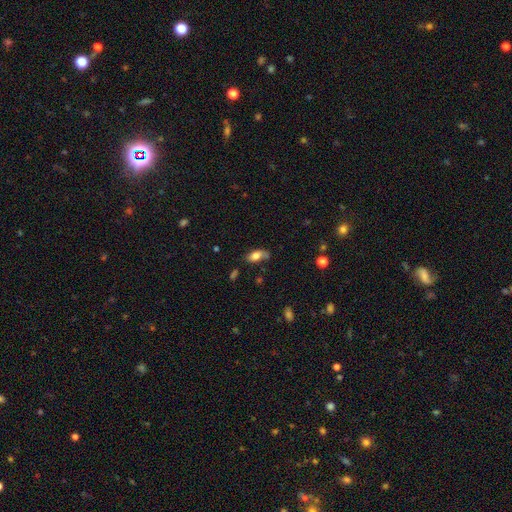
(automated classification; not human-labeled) This is likely a smooth galaxy (74%). How rounded: clearly in between (87%). Merging: possibly none (54%).